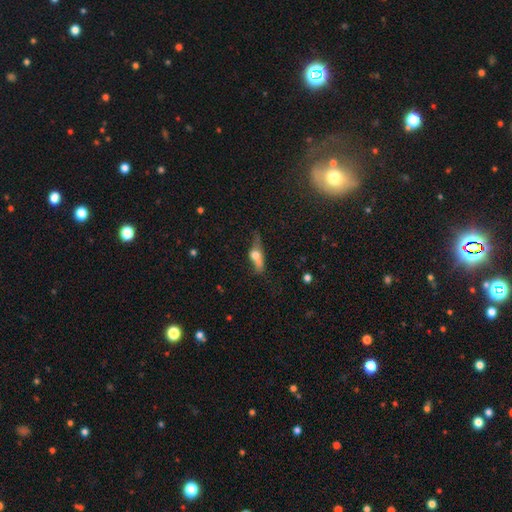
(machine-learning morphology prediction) Smooth or featured? smooth (52%)
How rounded? in between (50%)
Merging? none (42%)